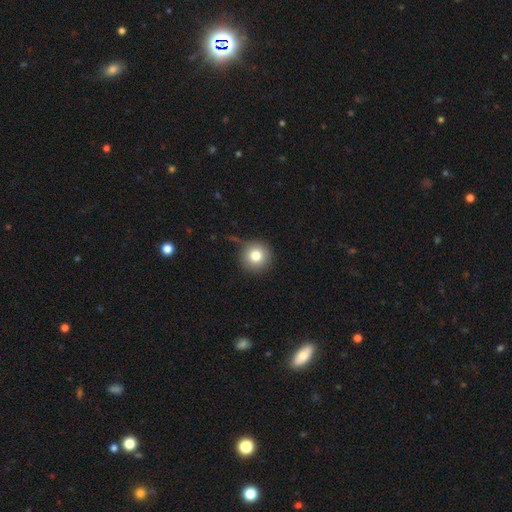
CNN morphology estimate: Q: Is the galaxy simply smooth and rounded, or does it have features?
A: smooth — 79%.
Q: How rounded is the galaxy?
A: round — 95%.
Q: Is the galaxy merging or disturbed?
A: none — 77%.